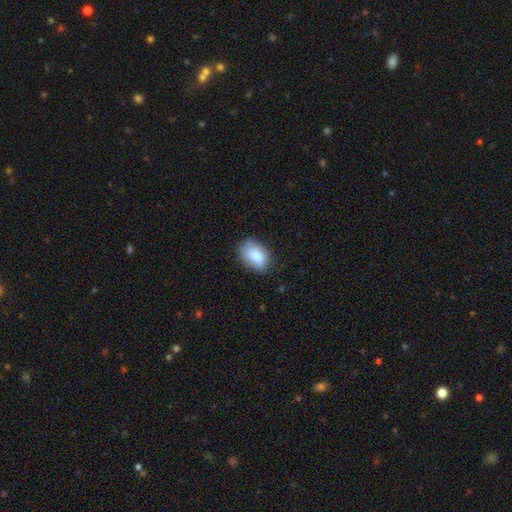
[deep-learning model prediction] A smooth galaxy with no disk features (84%) that is in between round and cigar-shaped (85%). Merging: none (75%).